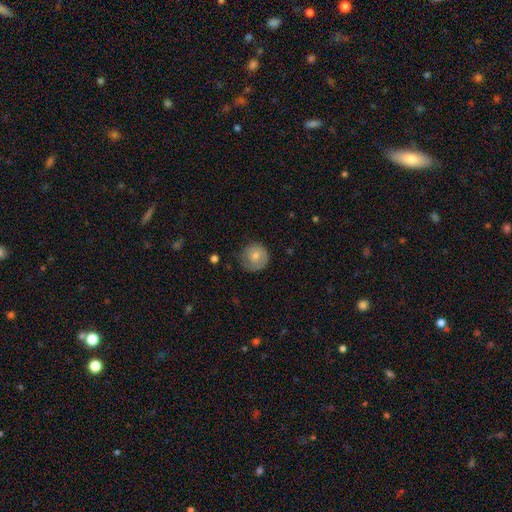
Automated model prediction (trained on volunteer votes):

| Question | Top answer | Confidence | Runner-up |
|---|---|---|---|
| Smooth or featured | smooth | 63% | featured or disk (30%) |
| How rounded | round | 90% | in between (9%) |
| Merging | none | 63% | minor disturbance (25%) |